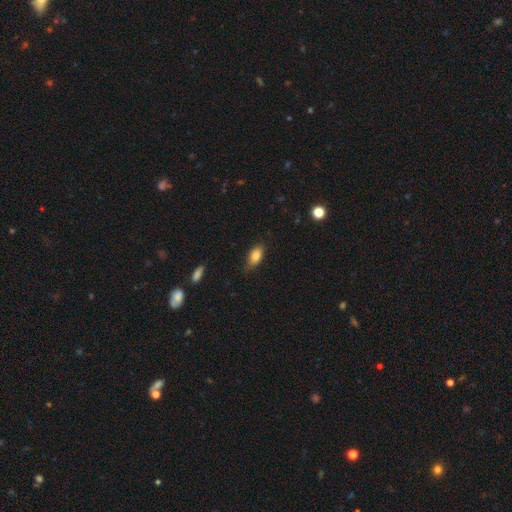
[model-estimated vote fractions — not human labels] Morphology: type=smooth (84%); roundness=in between (88%); merging=none (73%).